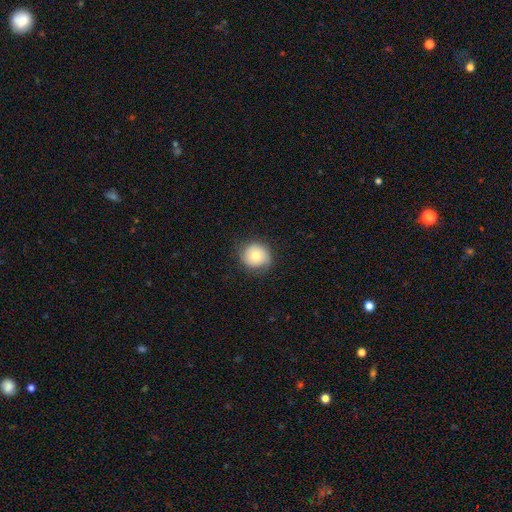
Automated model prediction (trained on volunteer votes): Smooth or featured? Predicted: smooth (p=0.70). How rounded? Predicted: round (p=0.84). Merging? Predicted: none (p=0.74).